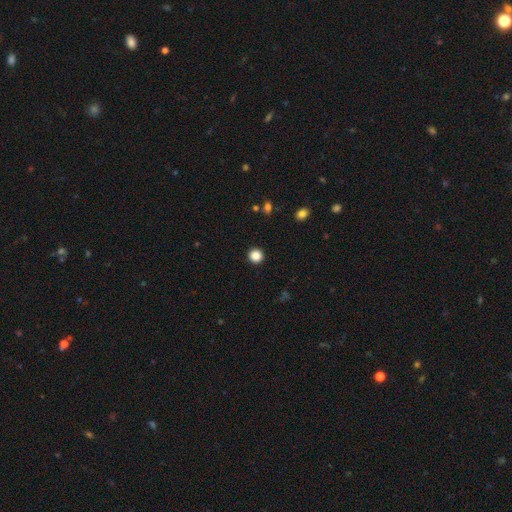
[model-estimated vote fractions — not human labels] This is clearly a smooth galaxy (86%). How rounded: clearly round (95%). Merging: clearly none (93%).